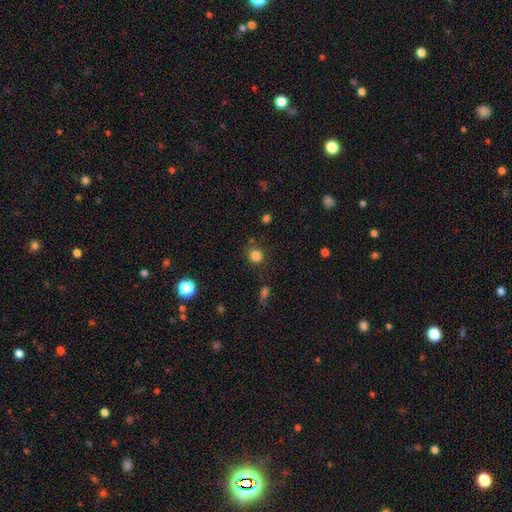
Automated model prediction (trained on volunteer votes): Smooth or featured: smooth — 83% (star or artifact — 13%)
How rounded: round — 80% (in between — 19%)
Merging: none — 79% (minor disturbance — 12%)